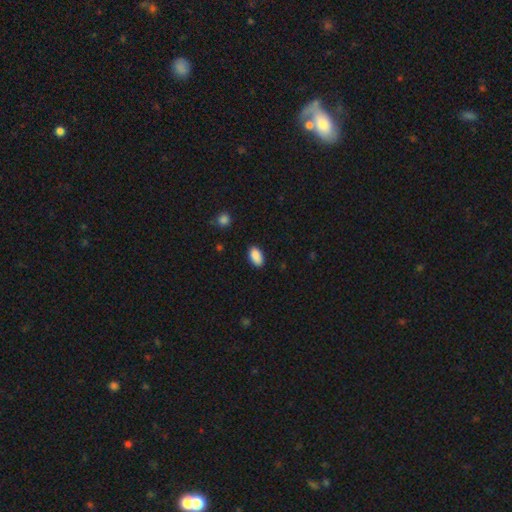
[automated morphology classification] smooth 89%, star or artifact 7%, featured or disk 3%. Down the decision tree: how rounded — in between (93%); merging — none (86%).